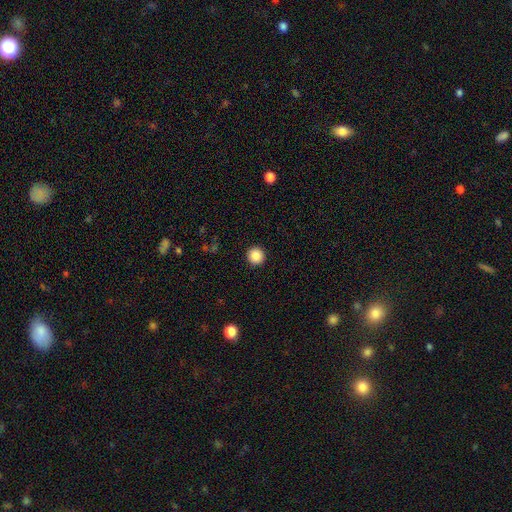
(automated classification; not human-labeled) Smooth or featured? smooth (88%)
How rounded? round (96%)
Merging? none (93%)